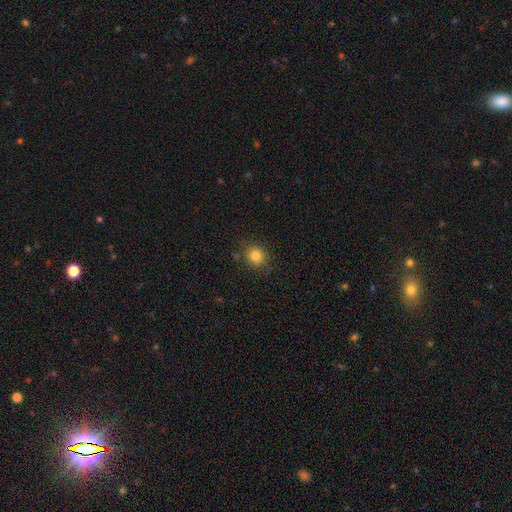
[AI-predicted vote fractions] Smooth or featured: smooth — 83% (star or artifact — 11%)
How rounded: round — 79% (in between — 20%)
Merging: none — 83% (minor disturbance — 11%)